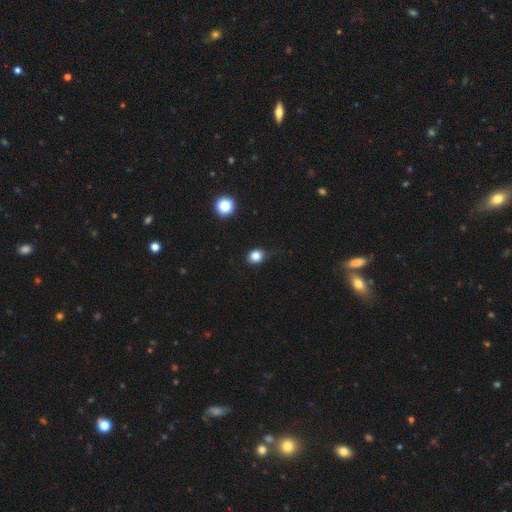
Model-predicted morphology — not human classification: smooth_or_featured: smooth (p=0.82) [alt: star or artifact p=0.13]
how_rounded: round (p=0.75) [alt: in between p=0.24]
merging: none (p=0.72) [alt: minor disturbance p=0.22]